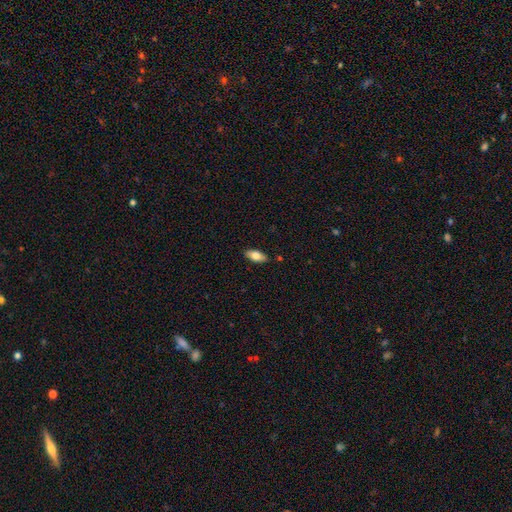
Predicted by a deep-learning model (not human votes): The model was most divided on "smooth or featured": smooth: 76%, featured or disk: 18%, star or artifact: 7%. More confident: merging — none (87%); how rounded — in between (86%).